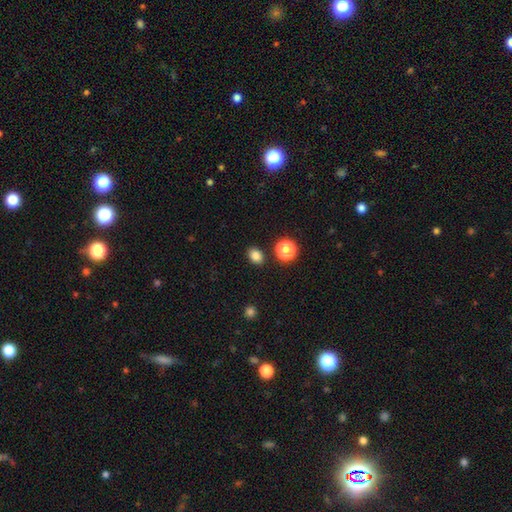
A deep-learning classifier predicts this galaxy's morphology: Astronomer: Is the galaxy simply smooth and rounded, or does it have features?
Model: smooth — 84%.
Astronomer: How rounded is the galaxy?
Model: in between — 65%.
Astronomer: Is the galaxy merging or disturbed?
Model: none — 86%.